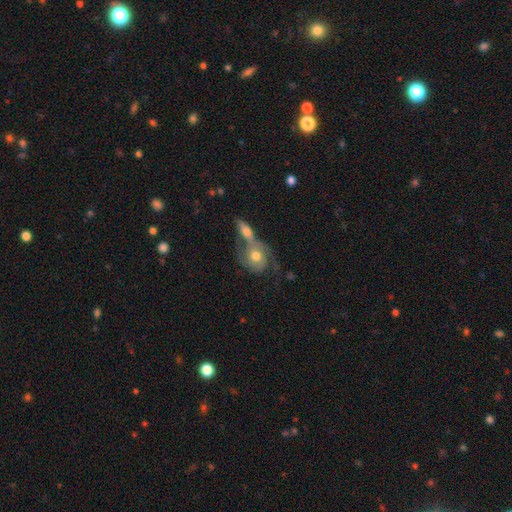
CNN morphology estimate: smooth_or_featured: featured or disk (p=0.63) [alt: smooth p=0.25]
disk_edge_on: no (p=0.94) [alt: yes p=0.06]
bar: no (p=0.76) [alt: weak p=0.20]
has_spiral_arms: yes (p=0.82) [alt: no p=0.18]
bulge_size: moderate (p=0.67) [alt: small p=0.22]
merging: merger (p=0.46) [alt: none p=0.36]